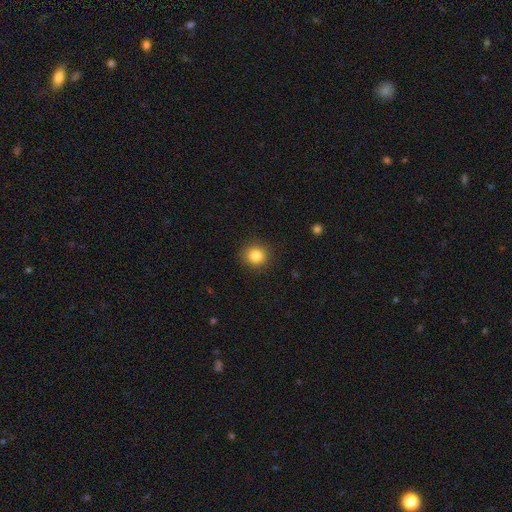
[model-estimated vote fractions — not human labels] Smooth or featured? smooth (84%)
How rounded? round (89%)
Merging? none (90%)